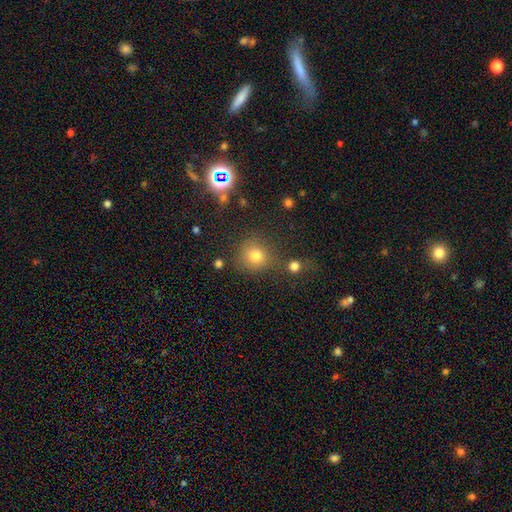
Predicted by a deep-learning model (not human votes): Morphology: type=smooth (75%); roundness=round (88%); merging=none (70%).